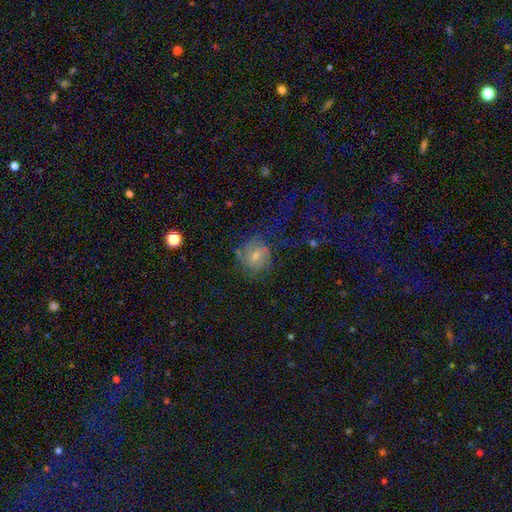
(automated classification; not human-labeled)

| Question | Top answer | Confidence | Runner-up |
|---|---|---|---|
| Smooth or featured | featured or disk | 52% | smooth (36%) |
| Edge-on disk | no | 97% | yes (3%) |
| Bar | weak | 49% | no (42%) |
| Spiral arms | yes | 77% | no (23%) |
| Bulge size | small | 52% | moderate (38%) |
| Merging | none | 55% | major disturbance (22%) |